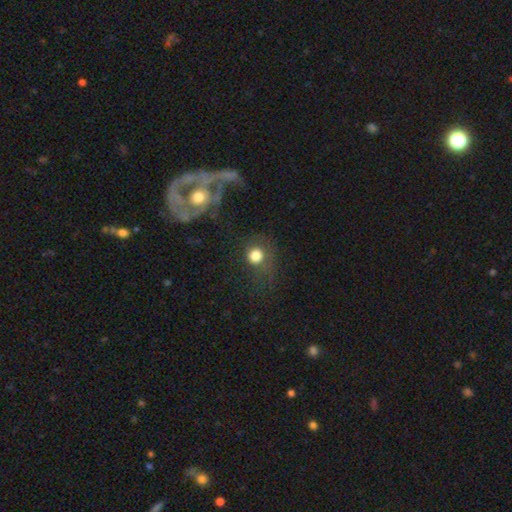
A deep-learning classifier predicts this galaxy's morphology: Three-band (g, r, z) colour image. It shows a smooth galaxy with no disk features (75%) that is round (89%). Merging: none (64%).